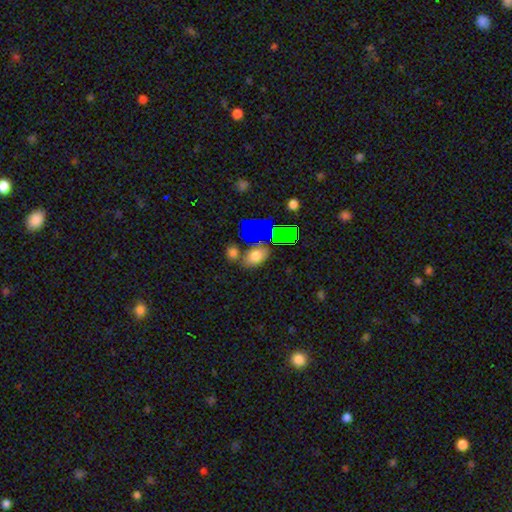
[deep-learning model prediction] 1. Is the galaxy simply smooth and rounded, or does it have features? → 69% smooth, 20% star or artifact, 11% featured or disk.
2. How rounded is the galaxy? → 79% in between, 19% round, 2% cigar-shaped.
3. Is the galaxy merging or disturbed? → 69% none, 14% minor disturbance, 12% merger, 5% major disturbance.